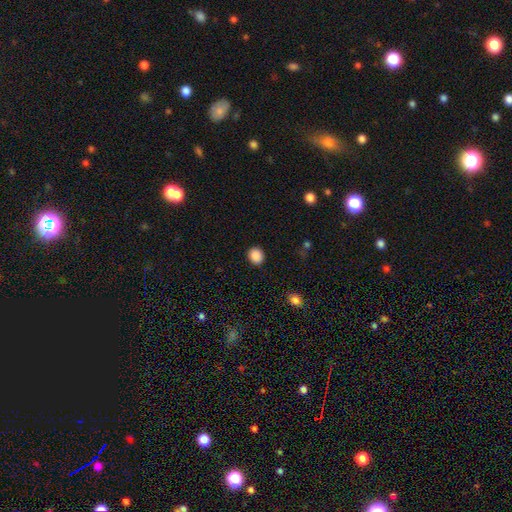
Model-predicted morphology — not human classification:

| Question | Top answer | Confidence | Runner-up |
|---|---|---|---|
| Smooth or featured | smooth | 88% | star or artifact (9%) |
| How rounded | round | 73% | in between (26%) |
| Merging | none | 91% | minor disturbance (6%) |